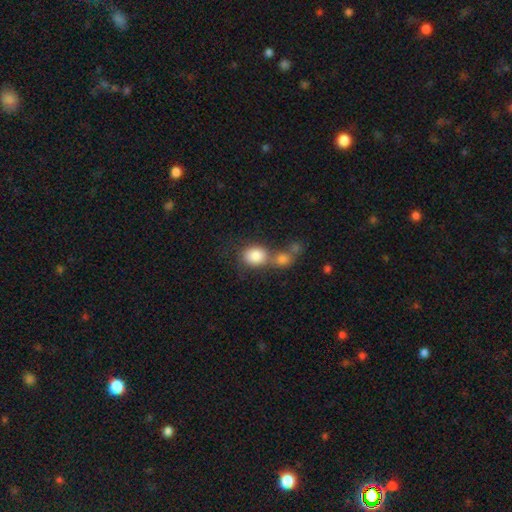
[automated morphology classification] This appears to be a smooth galaxy with no disk features (84%) that is round (56%). Merging: merger (51%).